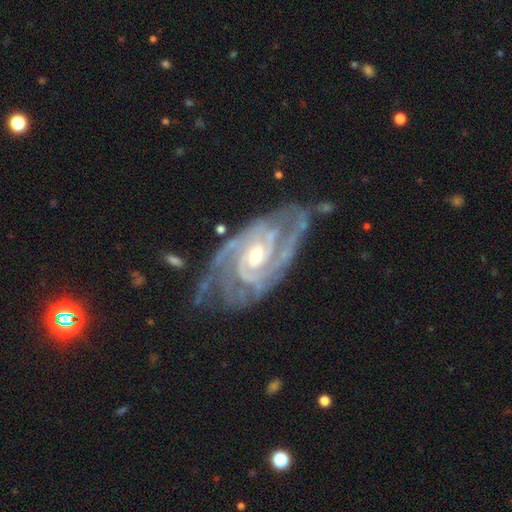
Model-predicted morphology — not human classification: A featured or disk galaxy (92%) with no bar (48%), 2 (41%) tight (62%) spiral arms (98%) and a moderate central bulge (51%). Merging: none (67%).